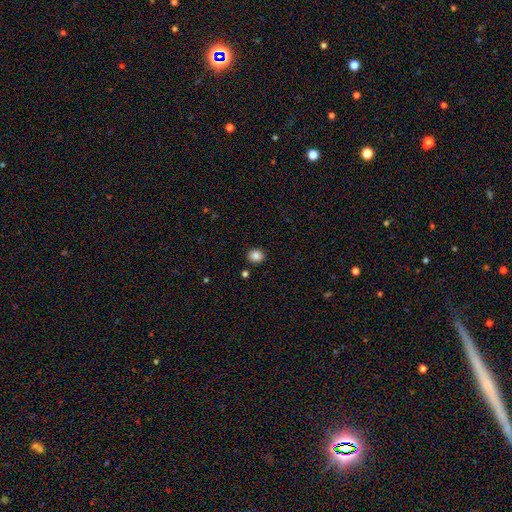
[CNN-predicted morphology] This is clearly a smooth galaxy (85%). How rounded: likely round (71%). Merging: clearly none (89%).